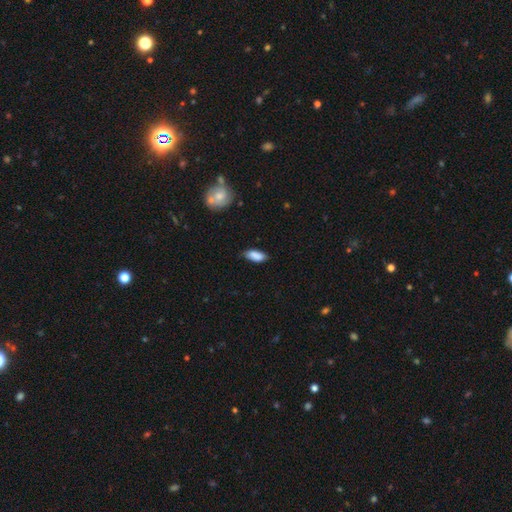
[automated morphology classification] A smooth galaxy with no disk features (86%) that is in between round and cigar-shaped (82%).

Vote fractions:
- Smooth or featured? smooth: 86% / featured or disk: 8% / star or artifact: 7%
- How rounded? in between: 82% / cigar-shaped: 16% / round: 2%
- Merging? none: 71% / minor disturbance: 23% / major disturbance: 3% / merger: 2%